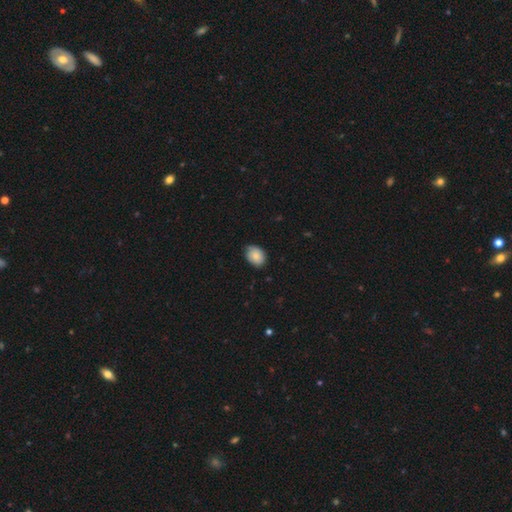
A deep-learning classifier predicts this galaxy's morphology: Smooth or featured? Predicted: smooth (p=0.86). How rounded? Predicted: in between (p=0.67). Merging? Predicted: none (p=0.77).